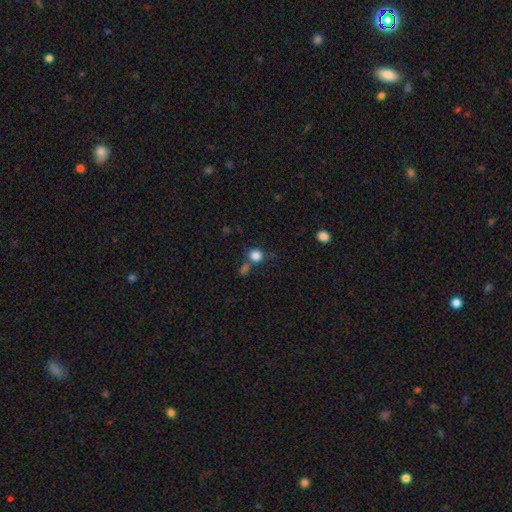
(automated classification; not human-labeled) Q: Smooth or featured?
A: smooth (83%); runner-up: star or artifact (12%)
Q: How rounded?
A: round (87%); runner-up: in between (12%)
Q: Merging?
A: none (62%); runner-up: merger (21%)